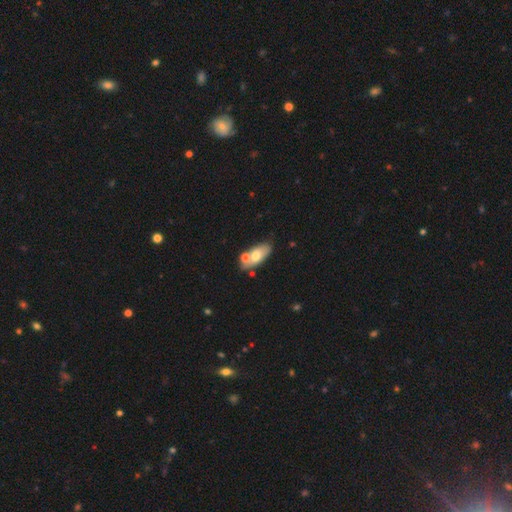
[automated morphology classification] smooth-or-featured: smooth: 63% | featured or disk: 30% | star or artifact: 7%
  how-rounded: in between: 86% | cigar-shaped: 10% | round: 4%
  merging: none: 54% | merger: 25% | minor disturbance: 16% | major disturbance: 5%